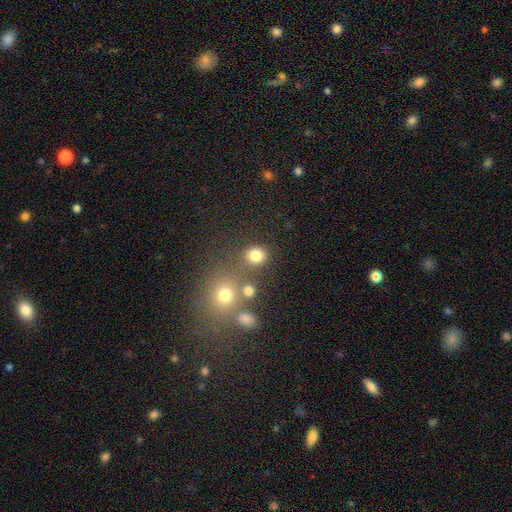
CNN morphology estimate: Q: Smooth or featured?
A: smooth (80%); runner-up: star or artifact (14%)
Q: How rounded?
A: round (77%); runner-up: in between (22%)
Q: Merging?
A: none (72%); runner-up: merger (12%)